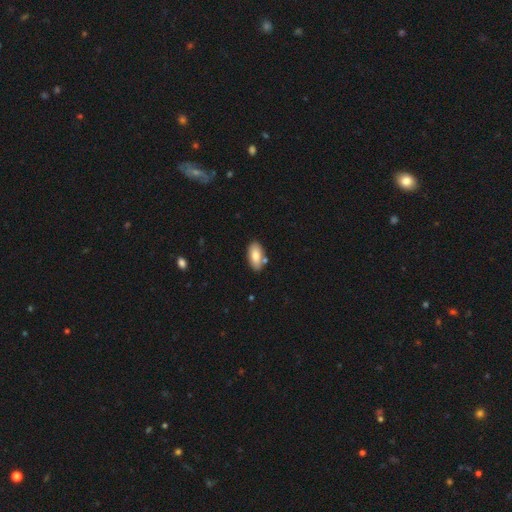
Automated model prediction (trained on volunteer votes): smooth_or_featured: smooth (p=0.80) [alt: featured or disk p=0.13]
how_rounded: in between (p=0.92) [alt: cigar-shaped p=0.06]
merging: none (p=0.77) [alt: minor disturbance p=0.13]